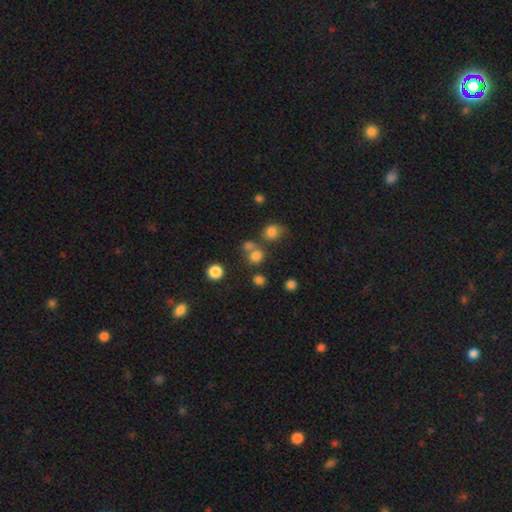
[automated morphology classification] Smooth or featured? Predicted: smooth (p=0.75). How rounded? Predicted: round (p=0.81). Merging? Predicted: none (p=0.59).